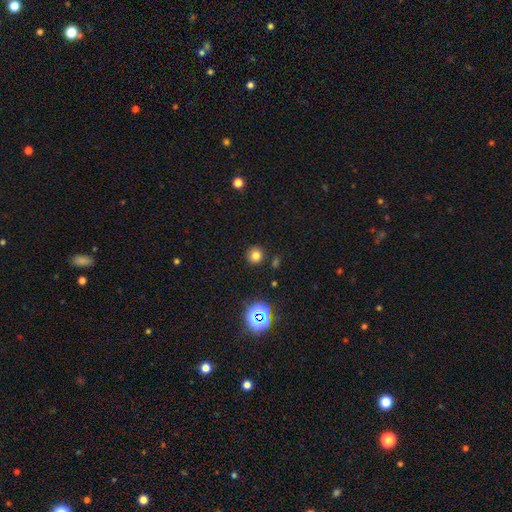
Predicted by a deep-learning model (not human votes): Smooth or featured? smooth (76%)
How rounded? round (92%)
Merging? none (87%)